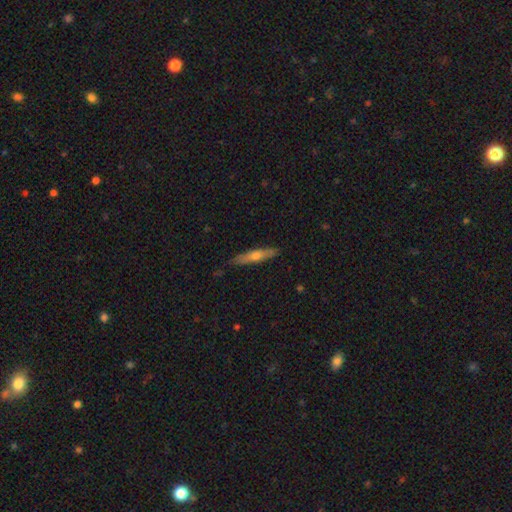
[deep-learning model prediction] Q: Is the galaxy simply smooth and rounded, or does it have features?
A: featured or disk — 47%, tied with smooth.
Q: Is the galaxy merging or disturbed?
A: none — 84%.